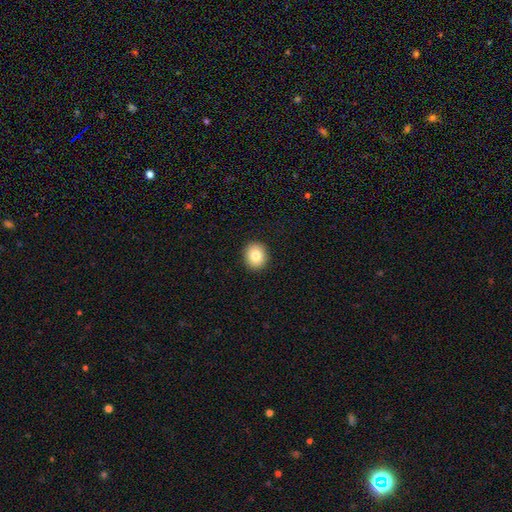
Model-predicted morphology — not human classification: Q: Smooth or featured?
A: smooth (82%); runner-up: star or artifact (9%)
Q: How rounded?
A: round (78%); runner-up: in between (22%)
Q: Merging?
A: none (92%); runner-up: minor disturbance (5%)